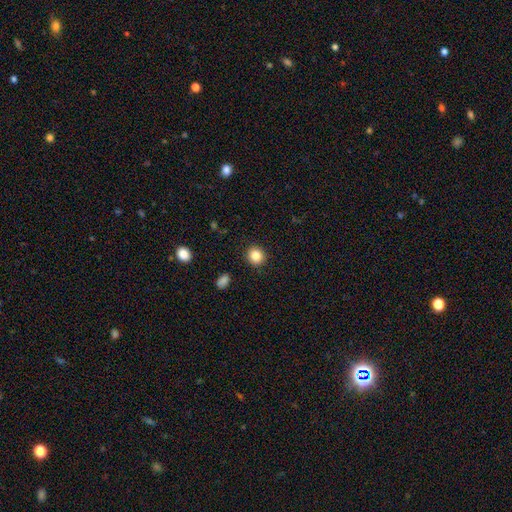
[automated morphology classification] This is clearly a smooth galaxy (85%). How rounded: clearly round (87%). Merging: clearly none (92%).